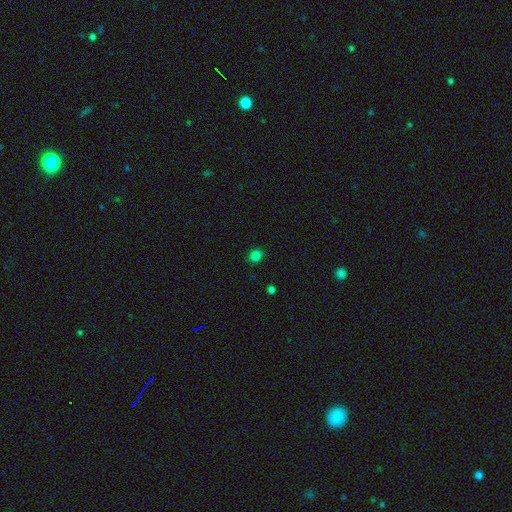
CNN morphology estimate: smooth 80%, star or artifact 16%, featured or disk 4%. Down the decision tree: how rounded — round (79%); merging — none (89%).